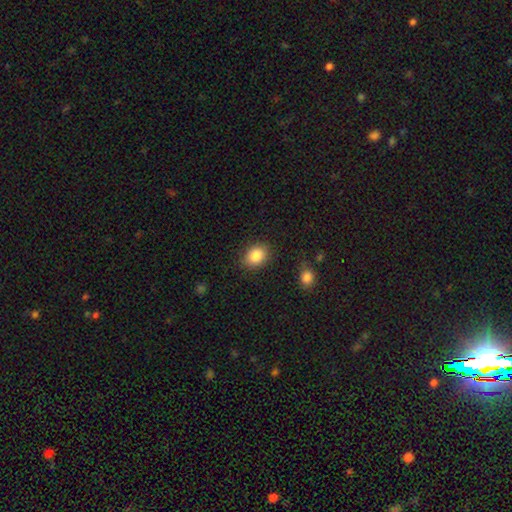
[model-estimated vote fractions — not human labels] The model was most divided on "how rounded": in between: 61%, round: 38%, cigar-shaped: 1%. More confident: smooth or featured — smooth (86%); merging — none (85%).